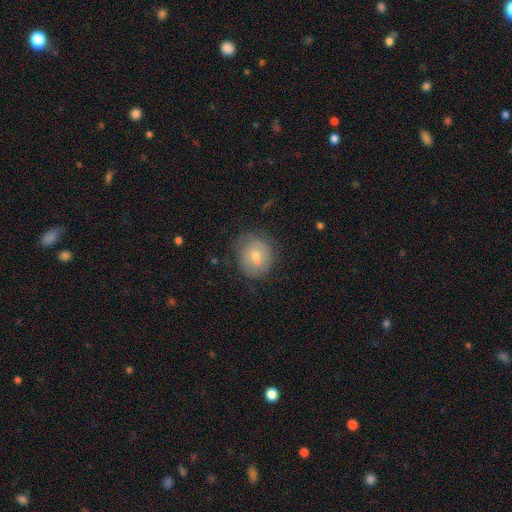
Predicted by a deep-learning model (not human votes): smooth 56%, featured or disk 33%, star or artifact 11%. Down the decision tree: how rounded — round (74%); merging — none (75%).